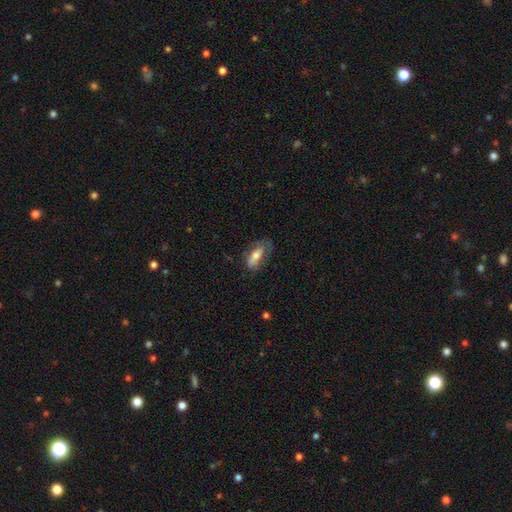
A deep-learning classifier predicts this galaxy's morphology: A smooth galaxy with no disk features (65%) that is in between round and cigar-shaped (72%). Merging: none (60%).